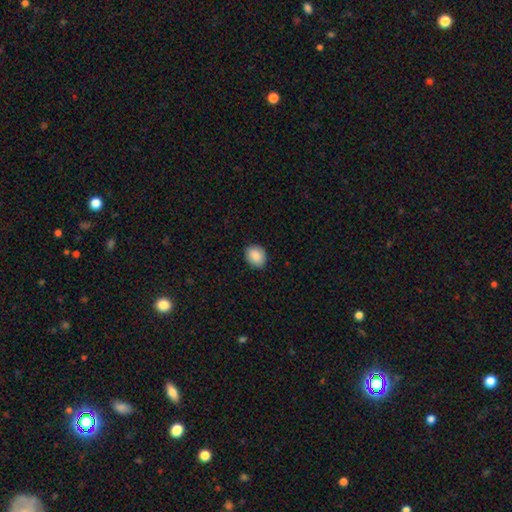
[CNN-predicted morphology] The model was most divided on "how rounded": in between: 50%, round: 49%, cigar-shaped: 1%. More confident: smooth or featured — smooth (89%); merging — none (87%).